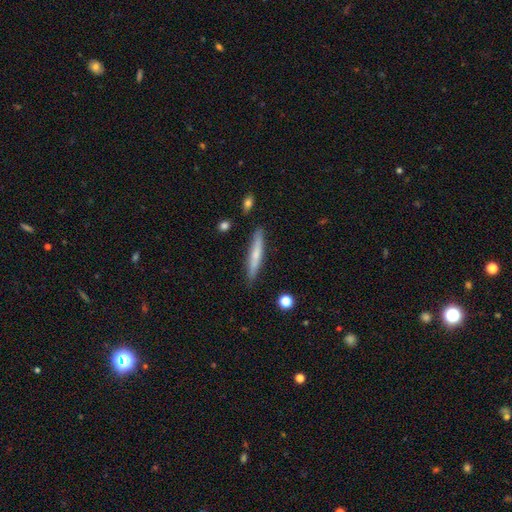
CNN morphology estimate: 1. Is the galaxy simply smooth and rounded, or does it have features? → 63% smooth, 31% featured or disk, 6% star or artifact.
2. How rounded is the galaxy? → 92% cigar-shaped, 7% in between, 1% round.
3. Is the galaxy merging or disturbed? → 86% none, 10% minor disturbance, 2% merger, 2% major disturbance.